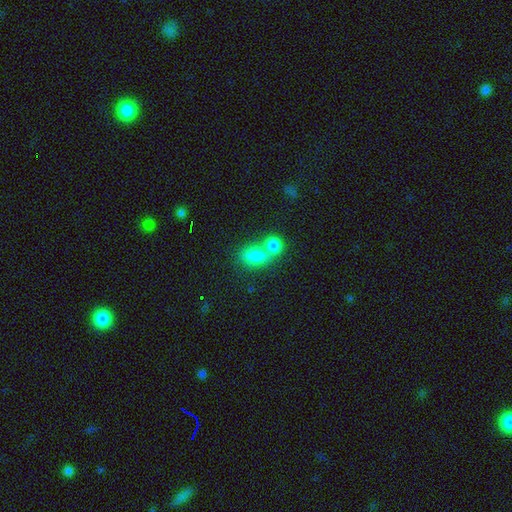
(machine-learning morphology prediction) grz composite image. It shows a smooth galaxy with no disk features (81%) that is in between round and cigar-shaped (65%). Merging: merger (50%).